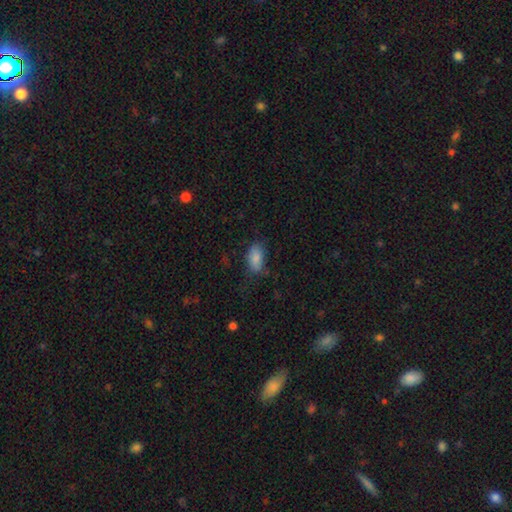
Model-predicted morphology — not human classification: smooth-or-featured: smooth: 84% | star or artifact: 8% | featured or disk: 8%
  how-rounded: in between: 92% | round: 4% | cigar-shaped: 4%
  merging: none: 67% | minor disturbance: 23% | major disturbance: 8% | merger: 2%